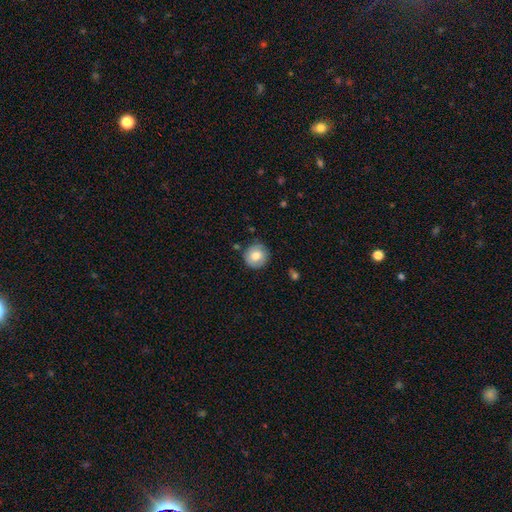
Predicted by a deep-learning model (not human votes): This is likely a smooth galaxy (74%). How rounded: clearly round (93%). Merging: clearly none (84%).